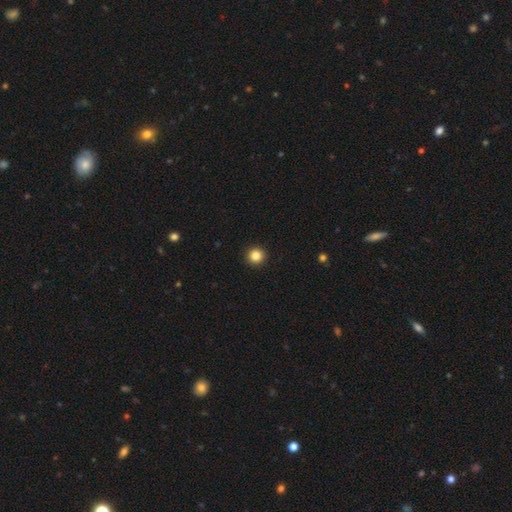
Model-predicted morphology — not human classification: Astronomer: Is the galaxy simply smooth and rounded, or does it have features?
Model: smooth — 85%.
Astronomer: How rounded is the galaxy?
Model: round — 96%.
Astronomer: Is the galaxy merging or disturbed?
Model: none — 94%.